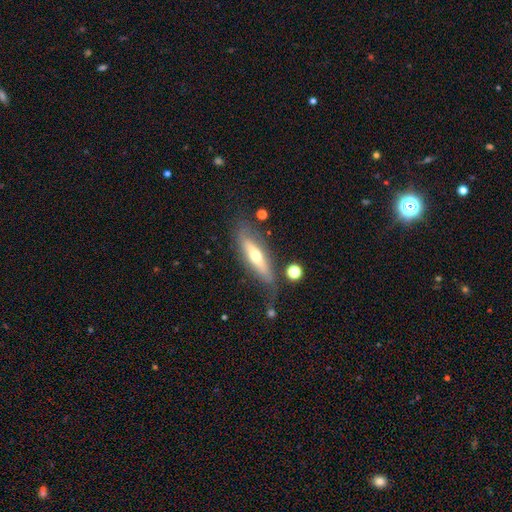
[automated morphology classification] A featured or disk galaxy (55%) viewed edge-on (70%).

Vote fractions:
- Smooth or featured? featured or disk: 55% / smooth: 39% / star or artifact: 6%
- Edge-on disk? yes: 70% / no: 30%
- Merging? none: 60% / minor disturbance: 24% / major disturbance: 12% / merger: 5%